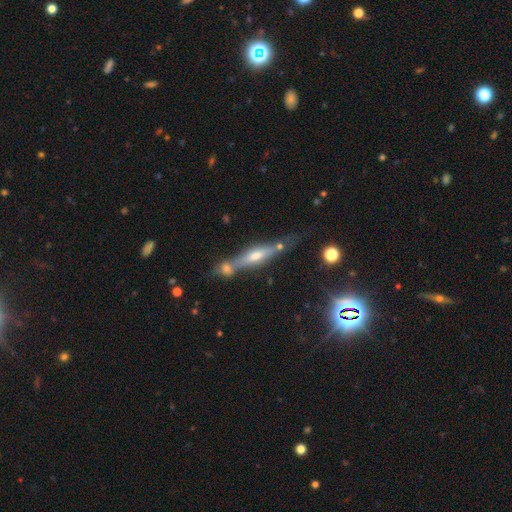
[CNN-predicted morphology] Smooth or featured: featured or disk — 67% (smooth — 24%)
Edge-on disk: yes — 89% (no — 11%)
Edge-on bulge: rounded — 78% (boxy — 14%)
Merging: none — 55% (merger — 25%)